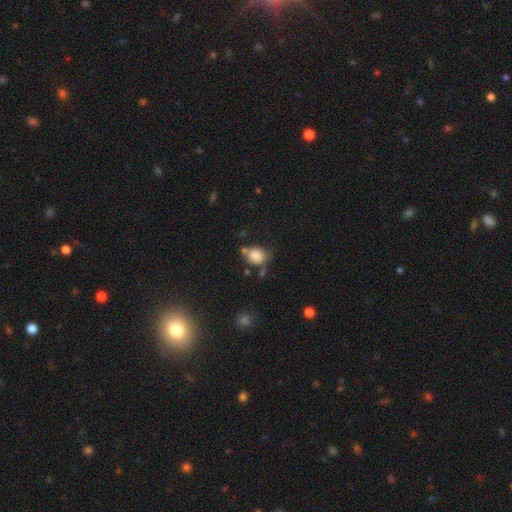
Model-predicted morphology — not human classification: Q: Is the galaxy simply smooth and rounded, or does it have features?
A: smooth — 82%.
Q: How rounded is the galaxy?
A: round — 54%.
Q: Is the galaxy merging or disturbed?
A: none — 54%.